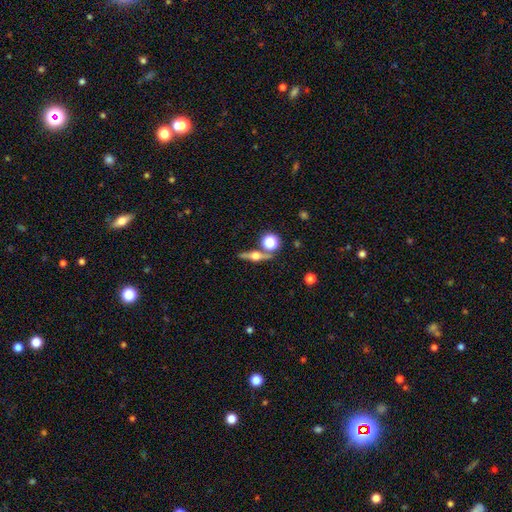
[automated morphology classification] type=featured or disk (69%); edge-on=yes (95%); edge-on bulge=rounded (96%); merging=none (78%).